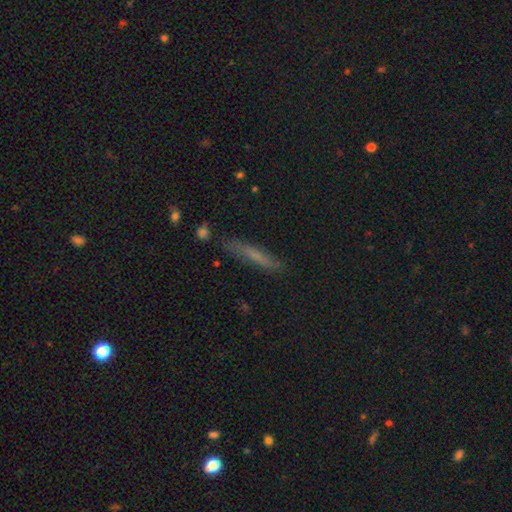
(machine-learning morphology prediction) Smooth or featured? smooth (56%)
How rounded? cigar-shaped (90%)
Merging? none (79%)